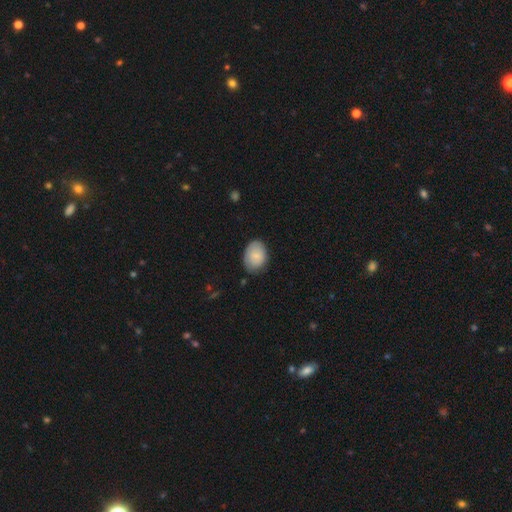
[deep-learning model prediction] Smooth or featured? smooth (78%)
How rounded? in between (77%)
Merging? none (73%)